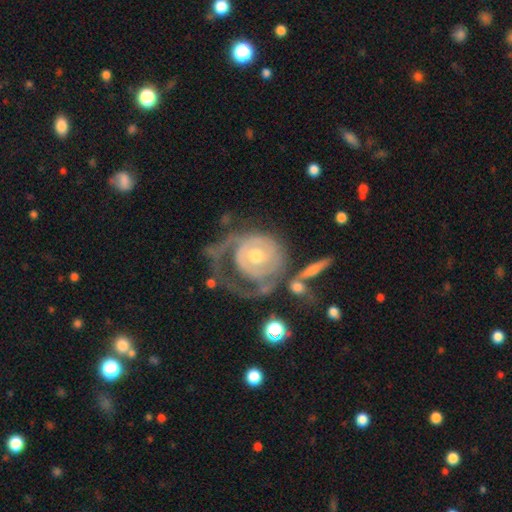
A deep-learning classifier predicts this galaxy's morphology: Smooth or featured? featured or disk (82%)
Edge-on disk? no (96%)
Bar? no (76%)
Spiral arms? yes (84%)
Spiral winding? tight (63%)
Spiral arm count? 1 (42%)
Bulge size? moderate (65%)
Merging? major disturbance (42%)